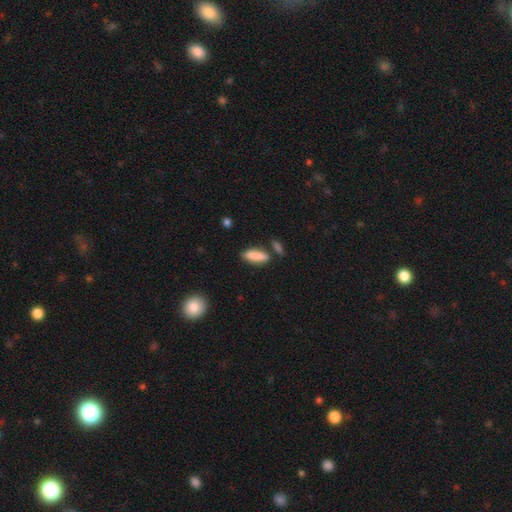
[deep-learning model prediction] smooth-or-featured: smooth: 86% | featured or disk: 8% | star or artifact: 7%
  how-rounded: in between: 54% | cigar-shaped: 44% | round: 2%
  merging: none: 73% | minor disturbance: 13% | merger: 10% | major disturbance: 4%